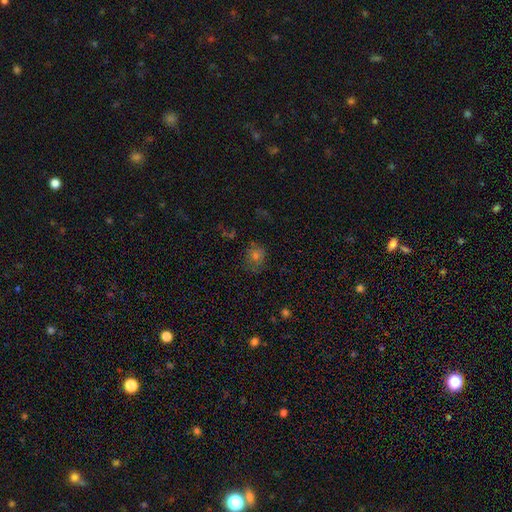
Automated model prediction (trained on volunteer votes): smooth 64%, star or artifact 22%, featured or disk 14%. Down the decision tree: how rounded — round (76%); merging — none (70%).